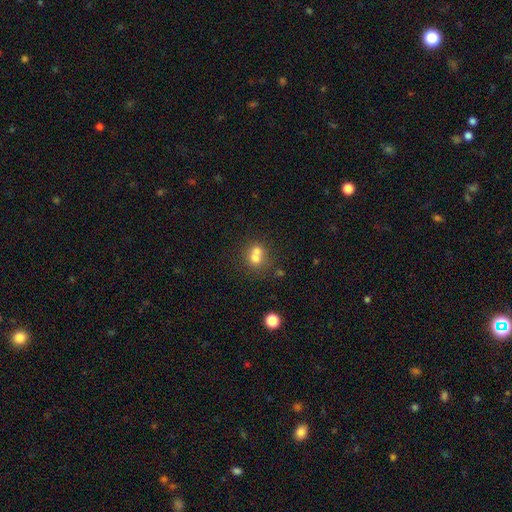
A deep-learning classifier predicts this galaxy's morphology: Smooth or featured: smooth — 66% (featured or disk — 20%)
How rounded: round — 73% (in between — 26%)
Merging: merger — 58% (none — 32%)